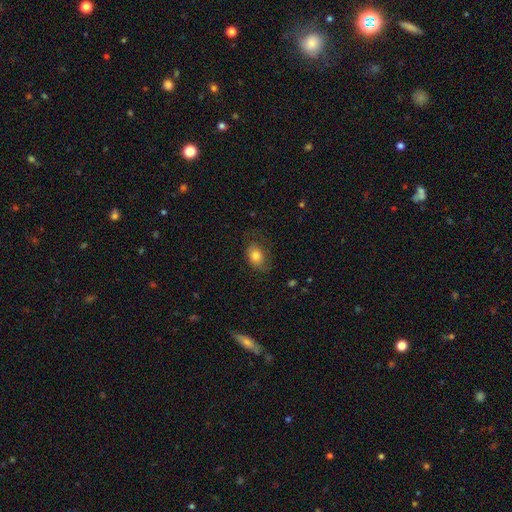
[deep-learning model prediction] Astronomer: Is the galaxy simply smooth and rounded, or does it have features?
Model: smooth — 74%.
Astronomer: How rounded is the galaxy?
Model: in between — 74%.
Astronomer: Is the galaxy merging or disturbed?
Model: none — 61%.